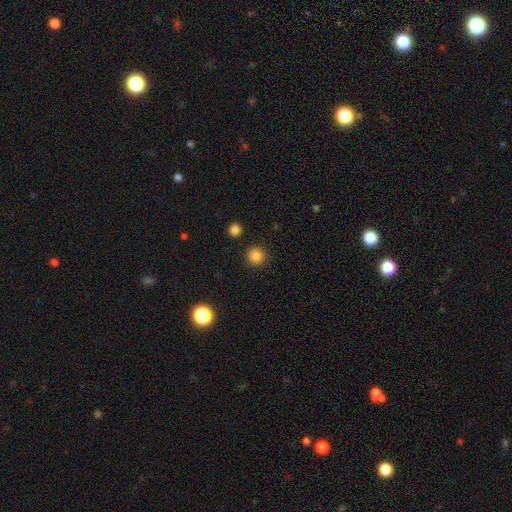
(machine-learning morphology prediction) Overall: smooth (85%). How rounded: round (94%). Merging: none (91%).